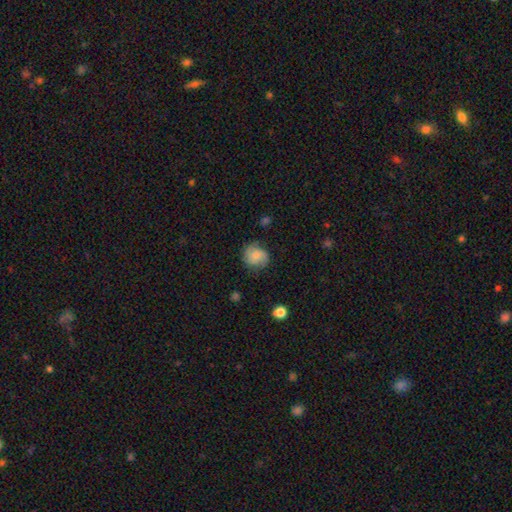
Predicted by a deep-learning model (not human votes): Overall: smooth (56%; featured or disk 36%). How rounded: round (78%). Merging: none (71%).